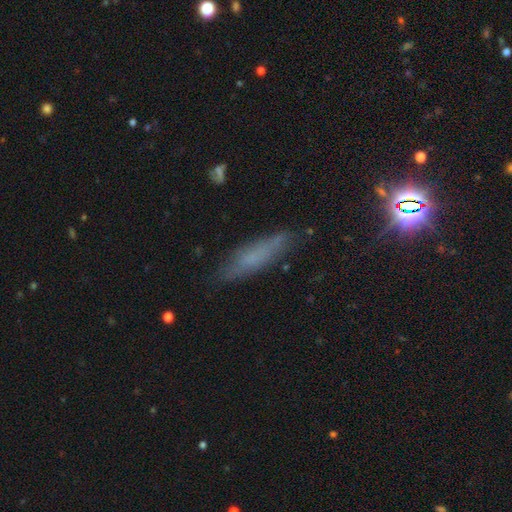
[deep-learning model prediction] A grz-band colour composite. It shows a smooth galaxy with no disk features (54%) that is cigar-shaped (72%). Merging: none (76%).